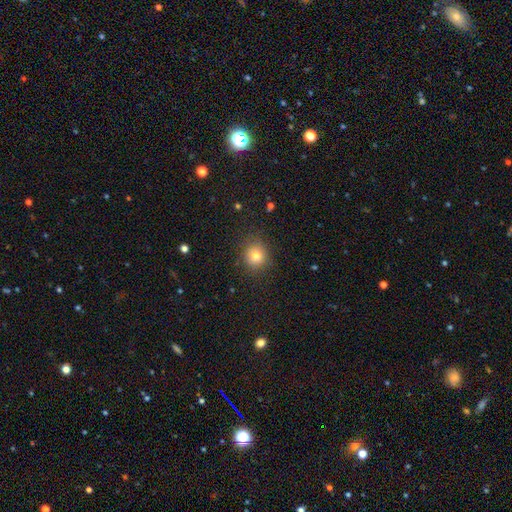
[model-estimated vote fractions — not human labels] Overall: smooth (78%). How rounded: round (85%). Merging: none (86%).